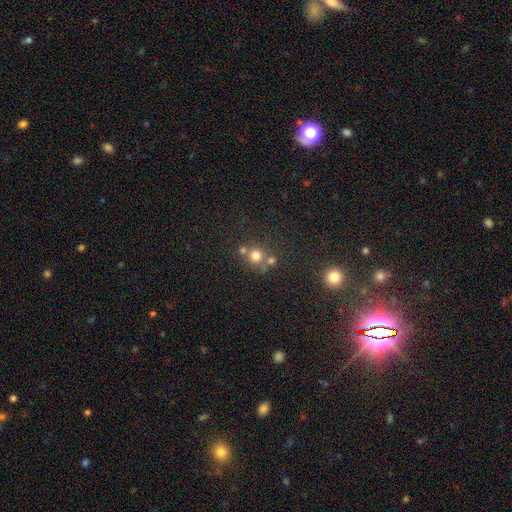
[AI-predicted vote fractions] The model was most divided on "merging": none: 55%, merger: 34%, minor disturbance: 8%, major disturbance: 4%. More confident: how rounded — round (90%); smooth or featured — smooth (70%).